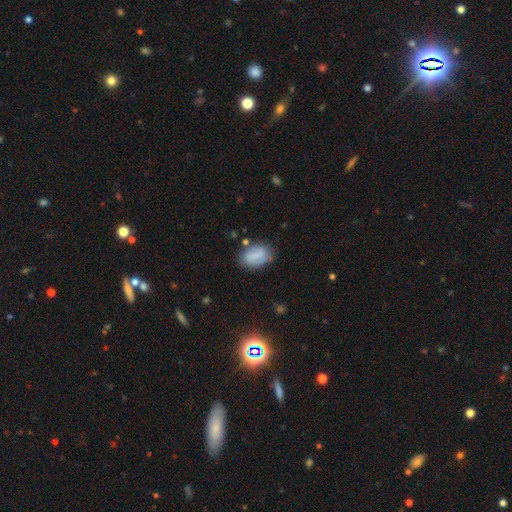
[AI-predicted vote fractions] Morphology: type=smooth (76%); roundness=in between (90%); merging=none (70%).